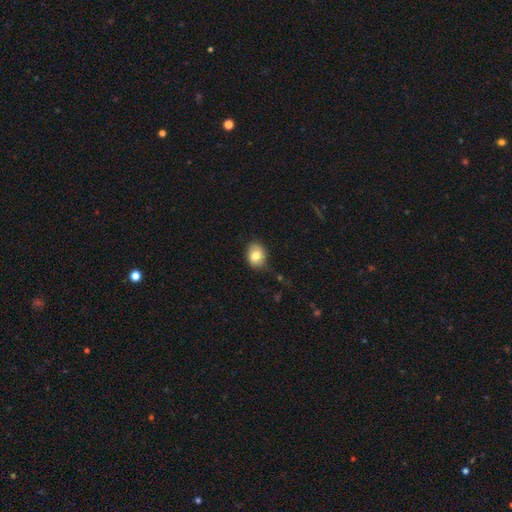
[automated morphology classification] Smooth or featured?
  - smooth: 80% *
  - featured or disk: 11%
  - star or artifact: 8%
How rounded?
  - in between: 55% *
  - round: 44%
  - cigar-shaped: 1%
Merging?
  - none: 77% *
  - minor disturbance: 18%
  - major disturbance: 4%
  - merger: 2%